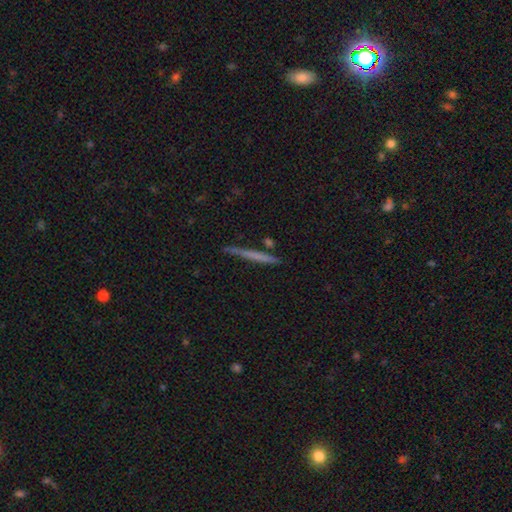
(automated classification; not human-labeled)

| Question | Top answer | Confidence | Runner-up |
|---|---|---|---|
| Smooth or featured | smooth | 52% | featured or disk (41%) |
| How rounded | cigar-shaped | 96% | in between (2%) |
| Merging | none | 87% | minor disturbance (8%) |